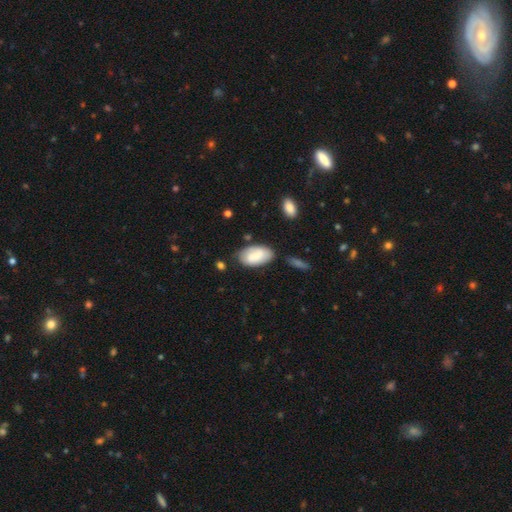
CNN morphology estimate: The model was most divided on "merging": none: 68%, minor disturbance: 21%, merger: 6%, major disturbance: 5%. More confident: how rounded — in between (95%); smooth or featured — smooth (78%).